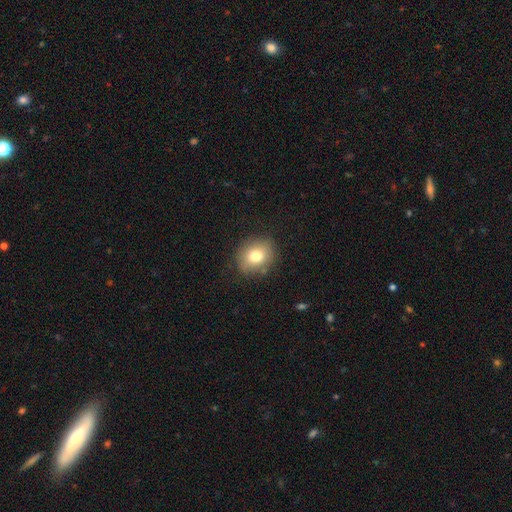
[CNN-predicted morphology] Overall: smooth (77%). How rounded: round (62%; in between 37%). Merging: none (84%).